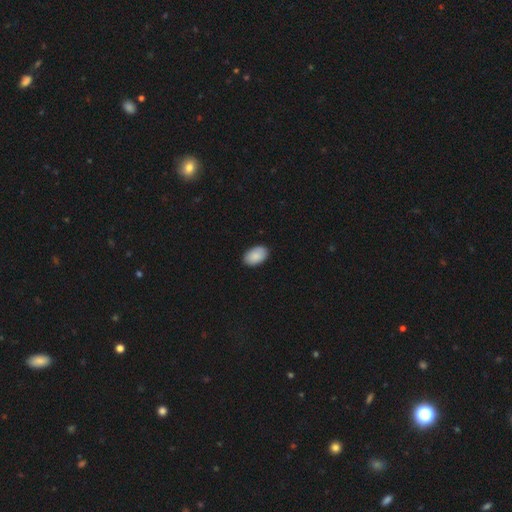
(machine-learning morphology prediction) The model was most divided on "merging": none: 90%, minor disturbance: 8%, major disturbance: 2%, merger: 1%. More confident: how rounded — in between (92%); smooth or featured — smooth (90%).